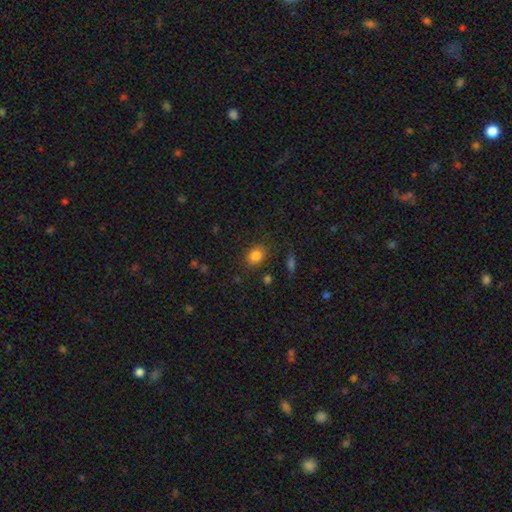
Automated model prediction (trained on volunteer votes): Smooth or featured? smooth (83%)
How rounded? in between (56%)
Merging? none (82%)